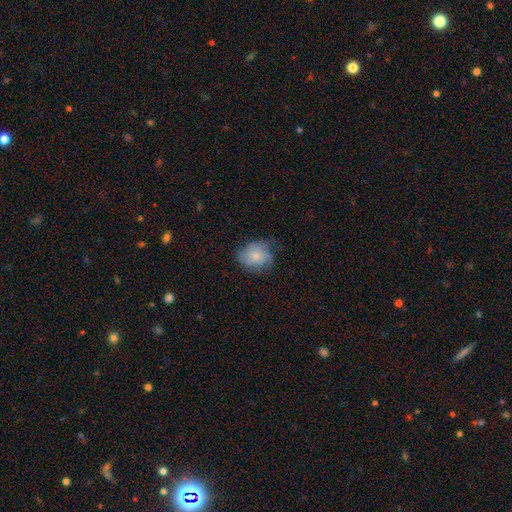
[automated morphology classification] type=smooth (66%); roundness=round (53%); merging=none (50%).